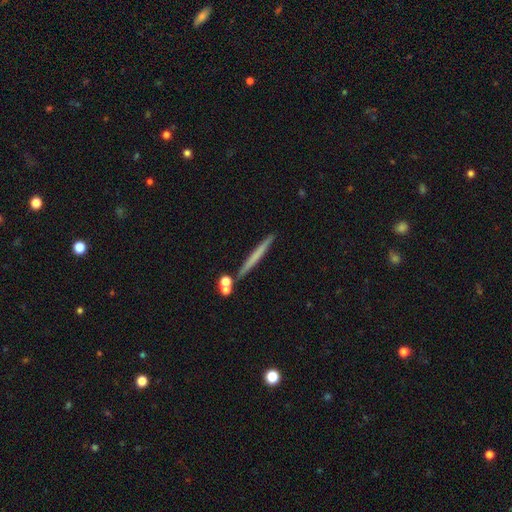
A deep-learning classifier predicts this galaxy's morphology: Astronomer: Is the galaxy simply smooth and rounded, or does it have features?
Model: smooth — 50% (runner-up: featured or disk, 42%).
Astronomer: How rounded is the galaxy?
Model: cigar-shaped — 96%.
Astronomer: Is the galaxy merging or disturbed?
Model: none — 84%.